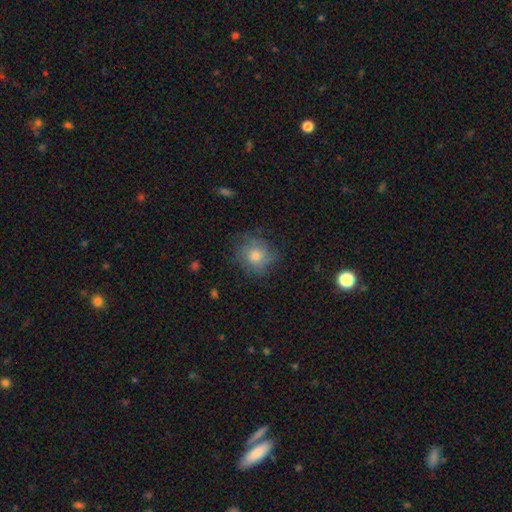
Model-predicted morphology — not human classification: Smooth or featured: smooth — 61% (featured or disk — 26%)
How rounded: round — 82% (in between — 17%)
Merging: none — 70% (minor disturbance — 19%)